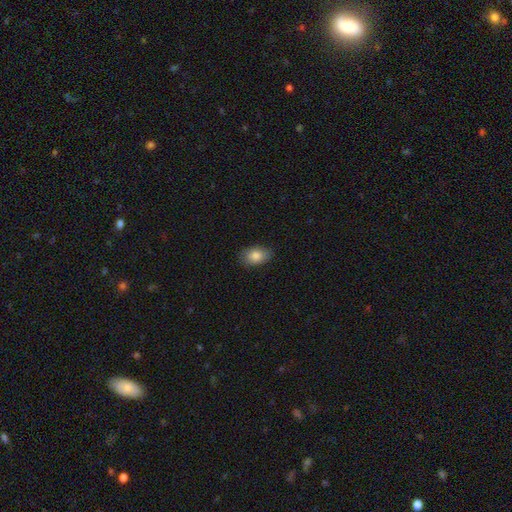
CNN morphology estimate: A smooth galaxy with no disk features (85%) that is in between round and cigar-shaped (86%).

Vote fractions:
- Smooth or featured? smooth: 85% / featured or disk: 8% / star or artifact: 7%
- How rounded? in between: 86% / round: 13% / cigar-shaped: 1%
- Merging? none: 83% / minor disturbance: 13% / major disturbance: 3% / merger: 1%